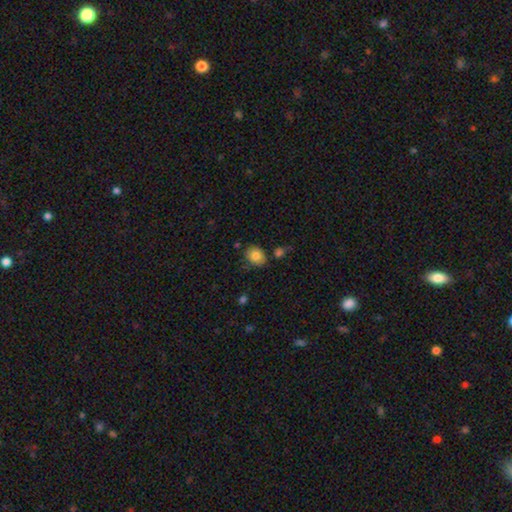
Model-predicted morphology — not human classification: This is clearly a smooth galaxy (83%). How rounded: possibly round (59%). Merging: likely none (78%).